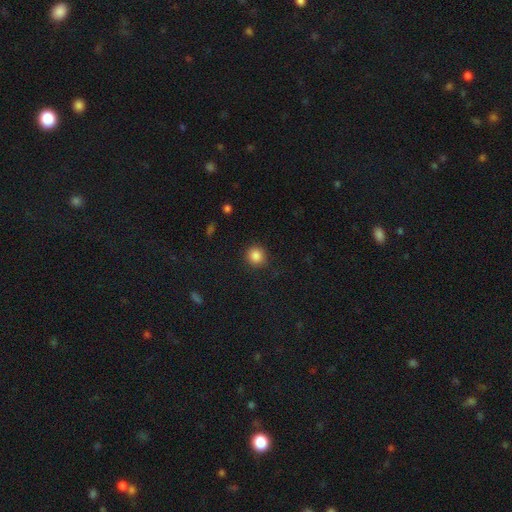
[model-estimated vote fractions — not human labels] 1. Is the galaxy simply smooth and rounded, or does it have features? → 86% smooth, 10% star or artifact, 4% featured or disk.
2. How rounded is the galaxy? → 90% round, 9% in between, 1% cigar-shaped.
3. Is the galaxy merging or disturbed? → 88% none, 8% minor disturbance, 3% major disturbance, 1% merger.